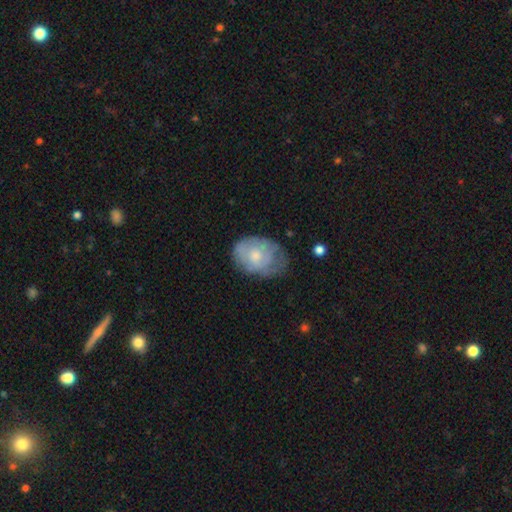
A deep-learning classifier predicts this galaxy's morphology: A smooth galaxy with no disk features (54%) that is in between round and cigar-shaped (77%).

Vote fractions:
- Smooth or featured? smooth: 54% / featured or disk: 39% / star or artifact: 7%
- How rounded? in between: 77% / round: 22% / cigar-shaped: 1%
- Merging? none: 48% / minor disturbance: 35% / major disturbance: 15% / merger: 2%